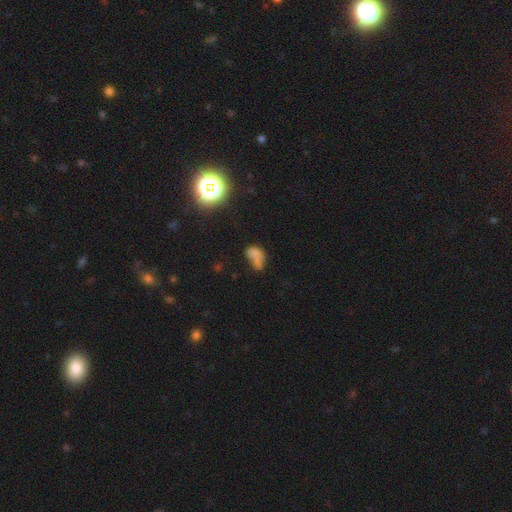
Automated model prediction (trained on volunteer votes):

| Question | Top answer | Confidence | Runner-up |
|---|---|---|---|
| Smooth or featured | smooth | 61% | star or artifact (20%) |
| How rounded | in between | 83% | round (13%) |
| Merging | none | 28% | major disturbance (26%) |